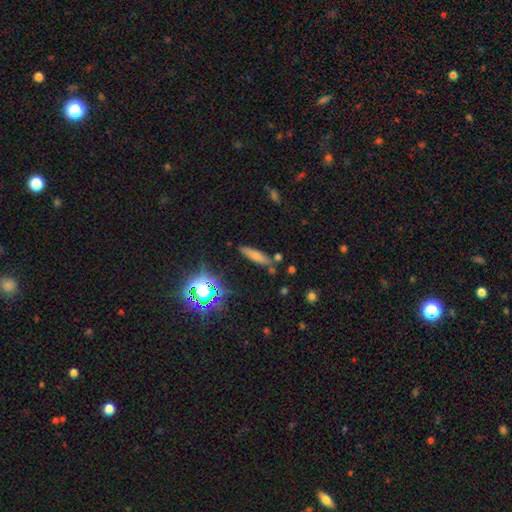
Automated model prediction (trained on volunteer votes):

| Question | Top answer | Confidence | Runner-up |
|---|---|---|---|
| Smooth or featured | smooth | 66% | featured or disk (18%) |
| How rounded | cigar-shaped | 67% | in between (29%) |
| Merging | none | 74% | minor disturbance (13%) |